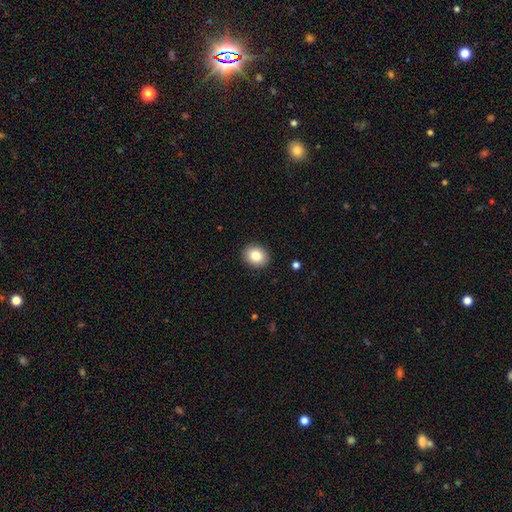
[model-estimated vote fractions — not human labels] The model was most divided on "how rounded": round: 57%, in between: 43%, cigar-shaped: 1%. More confident: merging — none (91%); smooth or featured — smooth (84%).